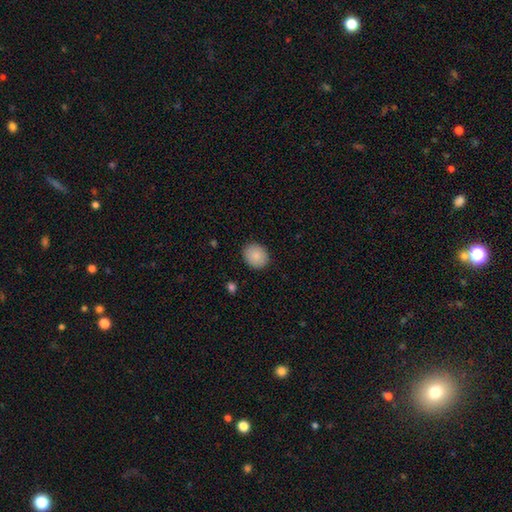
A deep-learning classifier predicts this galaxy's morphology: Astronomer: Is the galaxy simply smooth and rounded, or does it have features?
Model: smooth — 88%.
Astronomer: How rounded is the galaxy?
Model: round — 64%.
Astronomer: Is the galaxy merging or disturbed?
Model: none — 89%.